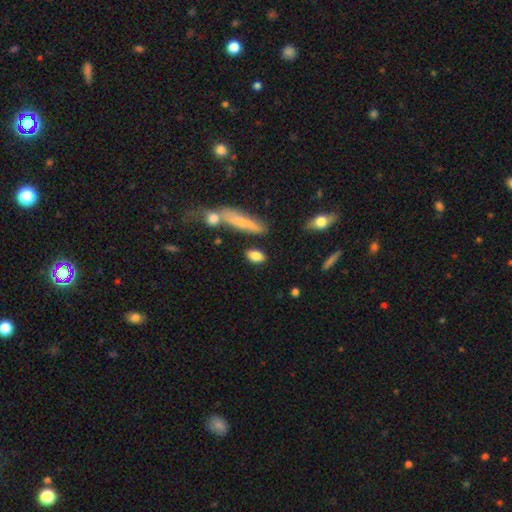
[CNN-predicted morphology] This appears to be a smooth galaxy with no disk features (81%) that is in between round and cigar-shaped (80%). Merging: none (76%).